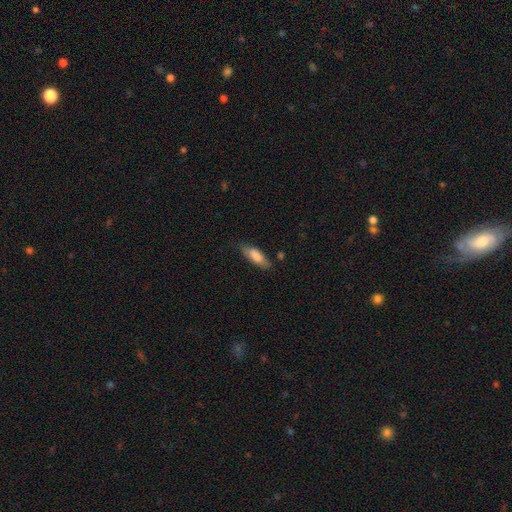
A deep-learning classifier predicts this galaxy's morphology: Smooth or featured: smooth — 77% (featured or disk — 16%)
How rounded: in between — 63% (cigar-shaped — 35%)
Merging: none — 72% (minor disturbance — 21%)